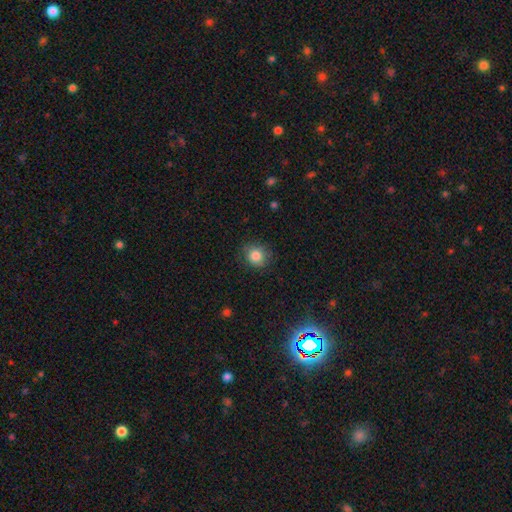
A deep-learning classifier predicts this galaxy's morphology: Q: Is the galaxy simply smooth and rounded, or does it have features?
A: smooth — 84%.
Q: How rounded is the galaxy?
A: round — 82%.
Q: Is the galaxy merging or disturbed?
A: none — 81%.